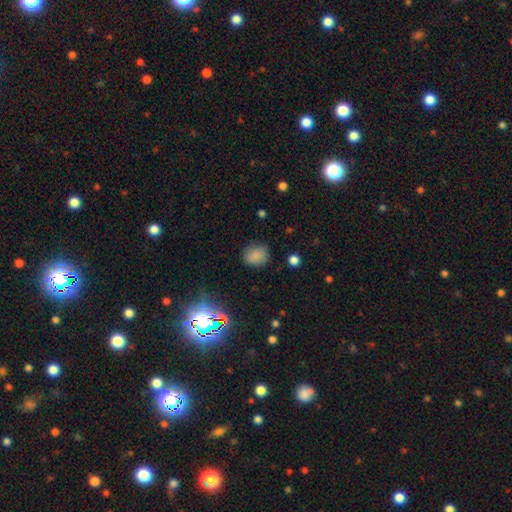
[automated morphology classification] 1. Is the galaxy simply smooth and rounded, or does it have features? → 80% smooth, 14% star or artifact, 5% featured or disk.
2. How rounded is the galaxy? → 73% round, 26% in between, 1% cigar-shaped.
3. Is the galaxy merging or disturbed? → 81% none, 14% minor disturbance, 4% major disturbance, 2% merger.